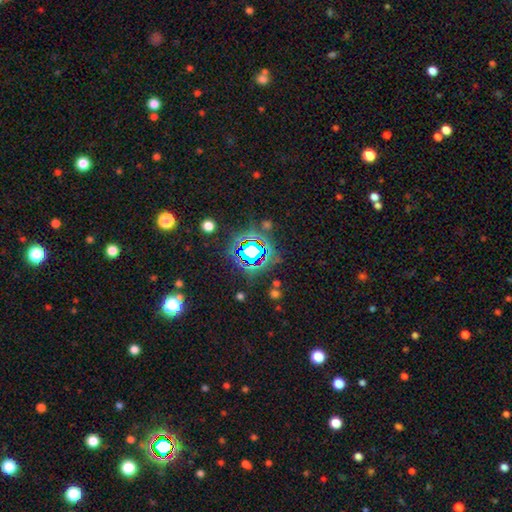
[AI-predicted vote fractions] Smooth or featured?
  - star or artifact: 76% *
  - smooth: 14%
  - featured or disk: 10%